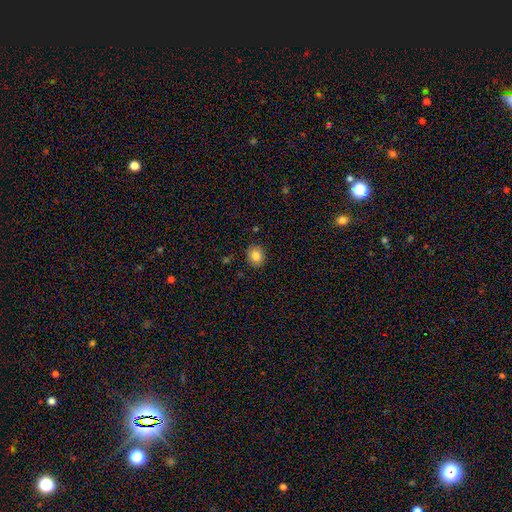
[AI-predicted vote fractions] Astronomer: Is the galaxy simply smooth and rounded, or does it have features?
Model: smooth — 85%.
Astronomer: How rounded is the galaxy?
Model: round — 72%.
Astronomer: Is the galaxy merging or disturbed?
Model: none — 88%.